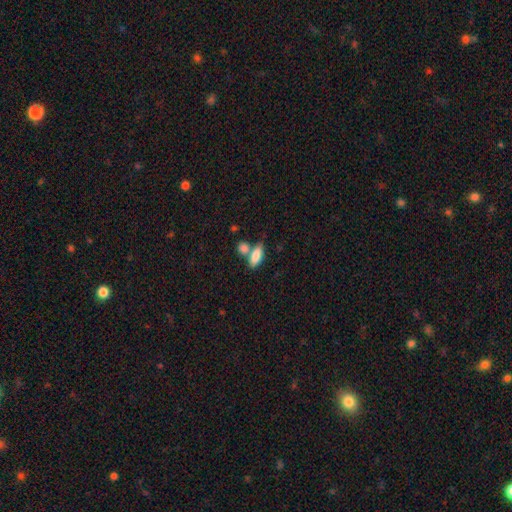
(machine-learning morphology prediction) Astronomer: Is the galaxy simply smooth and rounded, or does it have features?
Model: smooth — 82%.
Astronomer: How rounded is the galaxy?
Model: in between — 81%.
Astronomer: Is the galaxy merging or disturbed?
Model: none — 50% (runner-up: merger, 34%).